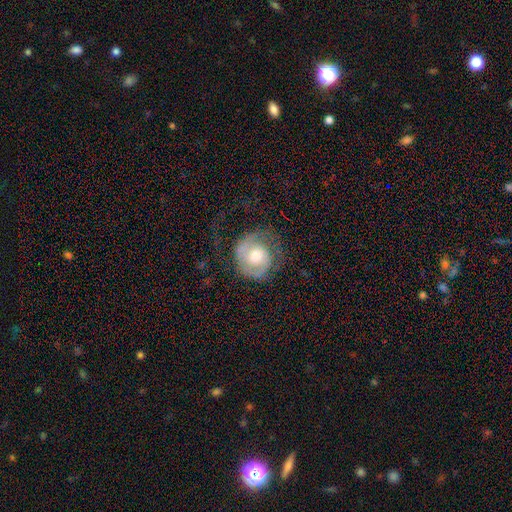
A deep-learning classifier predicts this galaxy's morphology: smooth-or-featured: featured or disk: 71% | smooth: 23% | star or artifact: 6%
  disk-edge-on: no: 97% | yes: 3%
    bar: no: 69% | weak: 26% | strong: 5%
    has-spiral-arms: yes: 88% | no: 12%
      spiral-winding: tight: 48% | medium: 35% | loose: 16%
      spiral-arm-count: 2: 50% | 1: 29% | can't tell: 14% | 3: 4% | 4: 2% | more than 4: 2%
    bulge-size: moderate: 67% | large: 15% | small: 14% | dominant: 2% | none: 2%
  merging: none: 56% | major disturbance: 22% | minor disturbance: 21% | merger: 1%